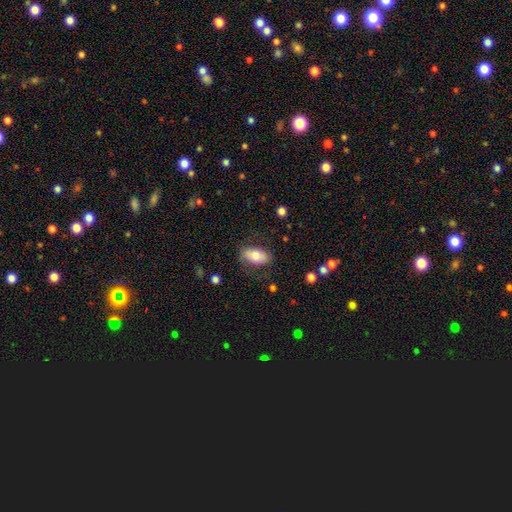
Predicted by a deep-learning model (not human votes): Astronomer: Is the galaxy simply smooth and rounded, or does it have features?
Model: smooth — 72%.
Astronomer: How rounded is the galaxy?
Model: in between — 92%.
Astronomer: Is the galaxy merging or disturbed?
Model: none — 78%.